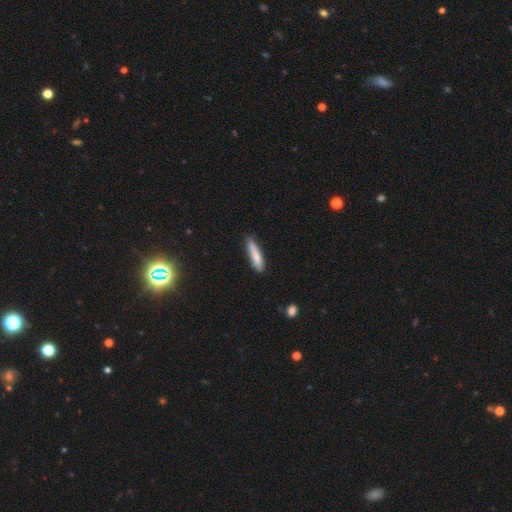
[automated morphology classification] Smooth or featured?
  - smooth: 81% *
  - featured or disk: 13%
  - star or artifact: 6%
How rounded?
  - cigar-shaped: 82% *
  - in between: 17%
  - round: 1%
Merging?
  - none: 76% *
  - minor disturbance: 19%
  - major disturbance: 3%
  - merger: 3%